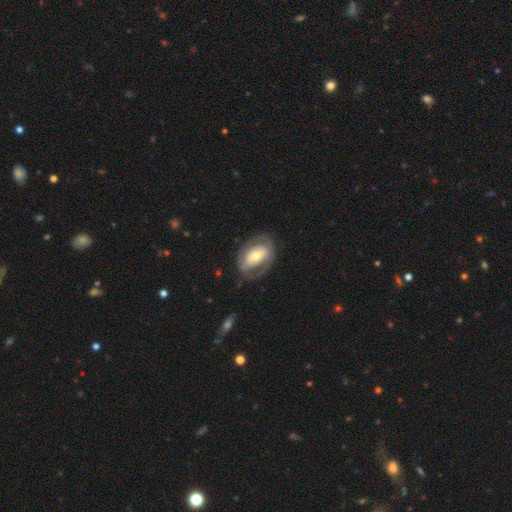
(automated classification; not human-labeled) Smooth or featured: featured or disk — 62% (smooth — 33%)
Edge-on disk: no — 94% (yes — 6%)
Bar: no — 42% (strong — 29%)
Spiral arms: no — 55% (yes — 45%)
Bulge size: moderate — 64% (small — 25%)
Merging: none — 68% (minor disturbance — 19%)